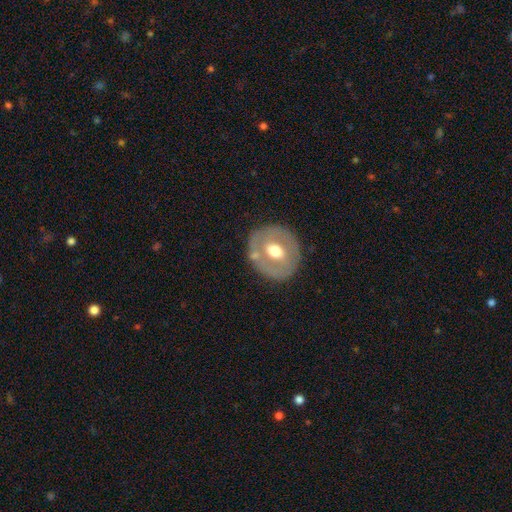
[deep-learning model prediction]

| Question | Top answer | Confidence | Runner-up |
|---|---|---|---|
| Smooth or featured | featured or disk | 52% | smooth (42%) |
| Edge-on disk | no | 93% | yes (7%) |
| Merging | none | 77% | minor disturbance (13%) |